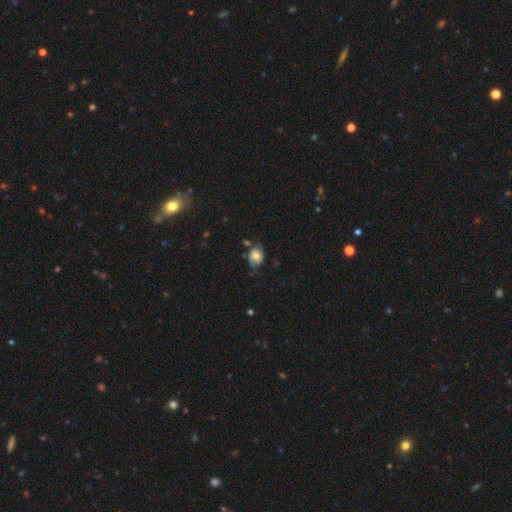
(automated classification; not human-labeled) Smooth or featured?
  - featured or disk: 55% *
  - smooth: 36%
  - star or artifact: 9%
Edge-on disk?
  - no: 96% *
  - yes: 4%
Bar?
  - no: 71% *
  - weak: 24%
  - strong: 5%
Spiral arms?
  - yes: 84% *
  - no: 16%
Bulge size?
  - moderate: 59% *
  - small: 23%
  - large: 14%
  - none: 3%
  - dominant: 2%
Merging?
  - none: 59% *
  - minor disturbance: 26%
  - major disturbance: 11%
  - merger: 4%